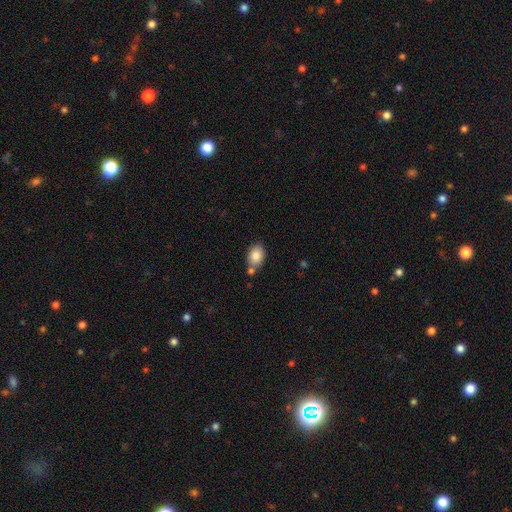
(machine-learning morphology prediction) A smooth galaxy with no disk features (85%) that is in between round and cigar-shaped (77%). Merging: none (67%).